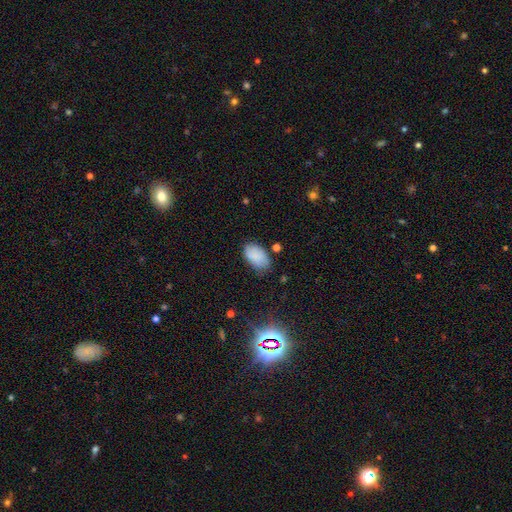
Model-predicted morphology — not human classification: A smooth galaxy with no disk features (84%) that is in between round and cigar-shaped (93%). Merging: none (70%).